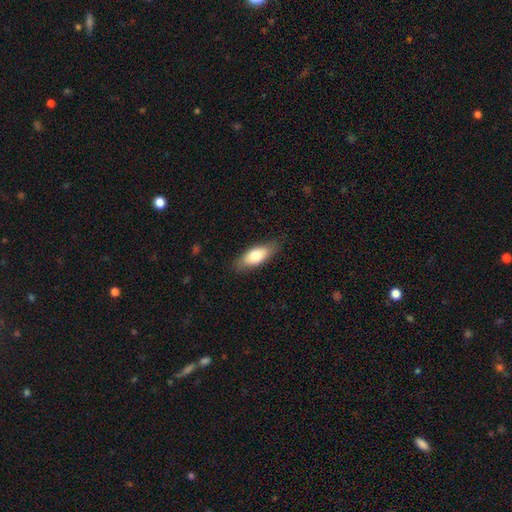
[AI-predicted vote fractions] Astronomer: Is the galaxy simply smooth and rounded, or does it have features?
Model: smooth — 72%.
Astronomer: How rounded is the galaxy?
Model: in between — 78%.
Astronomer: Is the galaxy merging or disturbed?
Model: none — 81%.